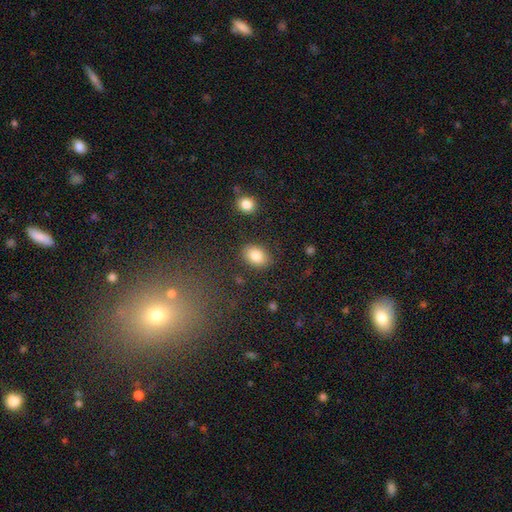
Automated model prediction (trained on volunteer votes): Overall: smooth (84%). How rounded: in between (76%). Merging: none (83%).